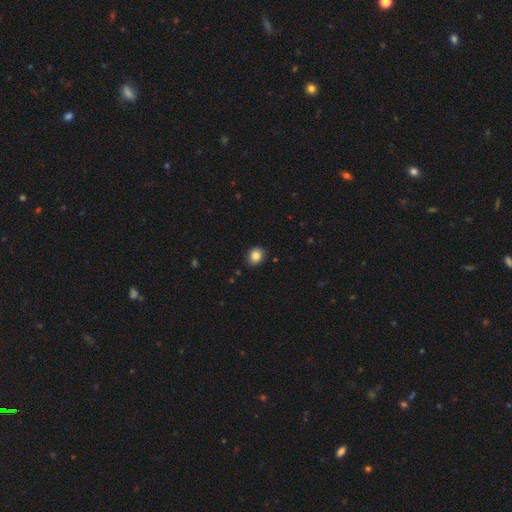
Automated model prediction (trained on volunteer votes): This is clearly a smooth galaxy (86%). How rounded: possibly round (59%). Merging: clearly none (87%).